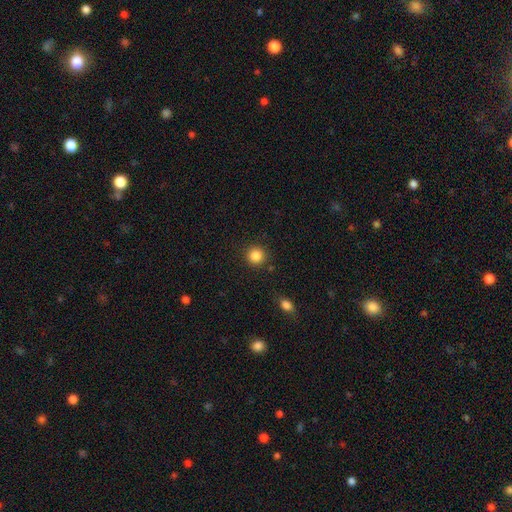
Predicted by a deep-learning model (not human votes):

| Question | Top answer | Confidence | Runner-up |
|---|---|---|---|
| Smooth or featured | smooth | 86% | star or artifact (10%) |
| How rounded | round | 93% | in between (6%) |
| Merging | none | 89% | minor disturbance (6%) |